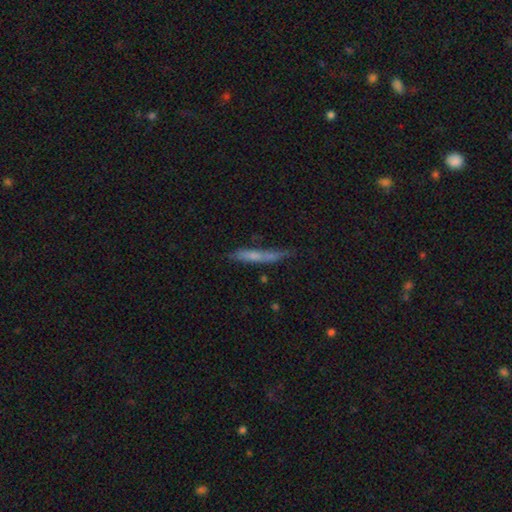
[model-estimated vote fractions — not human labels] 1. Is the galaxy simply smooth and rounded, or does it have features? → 58% smooth, 34% featured or disk, 8% star or artifact.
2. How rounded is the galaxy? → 92% cigar-shaped, 6% in between, 2% round.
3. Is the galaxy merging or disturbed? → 64% none, 25% minor disturbance, 7% major disturbance, 4% merger.